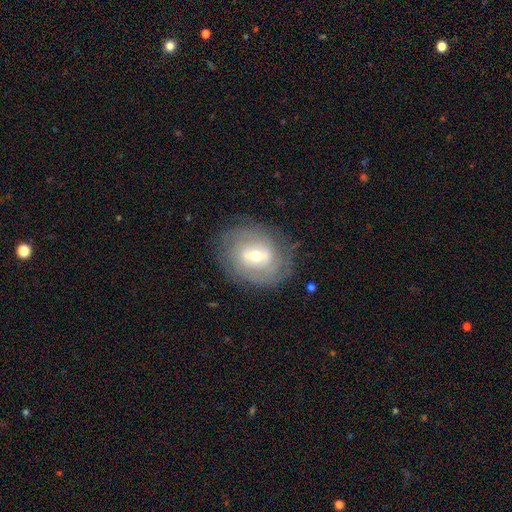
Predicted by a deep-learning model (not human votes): The model was most divided on "spiral arm count": can't tell: 46%, 2: 33%, 3: 9%, 1: 4%, 4: 4%, more than 4: 3%. Remaining: edge-on disk — no (95%); merging — none (77%); spiral arms — yes (74%); smooth or featured — featured or disk (72%); spiral winding — tight (66%); bulge size — moderate (62%); bar — weak (49%).